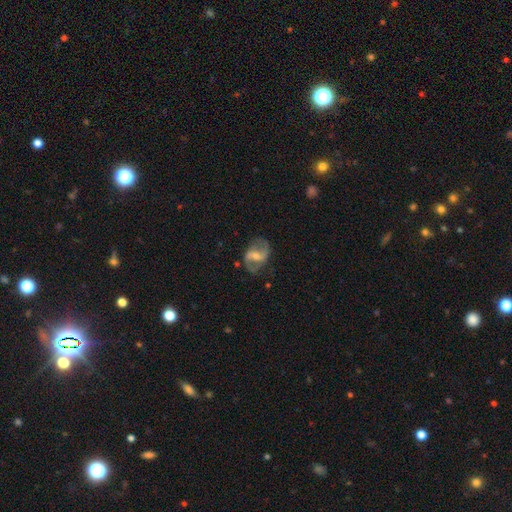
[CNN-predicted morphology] Q: Smooth or featured?
A: featured or disk (82%); runner-up: smooth (12%)
Q: Edge-on disk?
A: no (97%); runner-up: yes (3%)
Q: Bar?
A: weak (44%); runner-up: strong (39%)
Q: Spiral arms?
A: yes (91%); runner-up: no (9%)
Q: Spiral winding?
A: medium (44%); tied with: loose (44%)
Q: Spiral arm count?
A: 2 (91%); runner-up: can't tell (4%)
Q: Bulge size?
A: moderate (47%); runner-up: small (42%)
Q: Merging?
A: none (74%); runner-up: minor disturbance (16%)